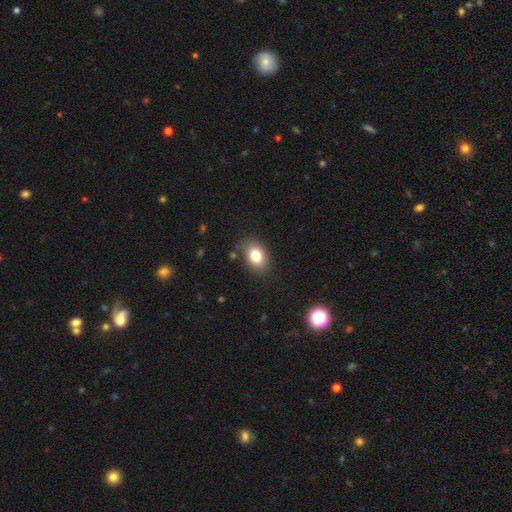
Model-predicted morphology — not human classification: The model was most divided on "how rounded": in between: 82%, round: 17%, cigar-shaped: 1%. More confident: merging — none (83%); smooth or featured — smooth (81%).